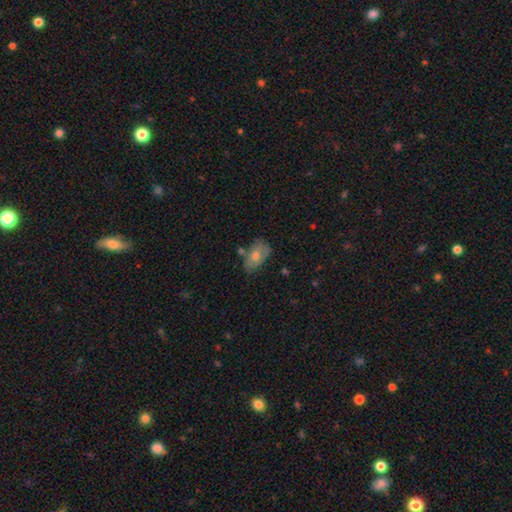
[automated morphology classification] Smooth or featured?
  - smooth: 62% *
  - featured or disk: 28%
  - star or artifact: 10%
How rounded?
  - in between: 89% *
  - round: 9%
  - cigar-shaped: 2%
Merging?
  - none: 63% *
  - minor disturbance: 24%
  - merger: 7%
  - major disturbance: 6%